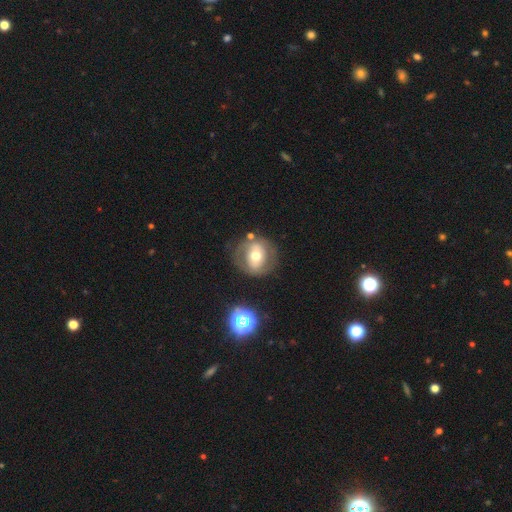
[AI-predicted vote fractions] Smooth or featured? Predicted: featured or disk (p=0.47). Merging? Predicted: none (p=0.71).